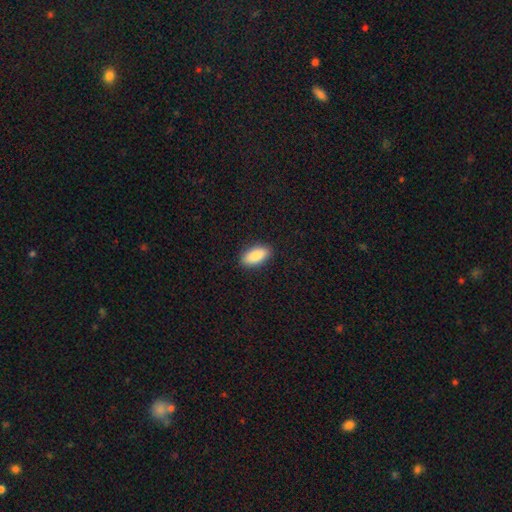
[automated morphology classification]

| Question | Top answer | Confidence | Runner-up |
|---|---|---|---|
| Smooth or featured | smooth | 89% | star or artifact (6%) |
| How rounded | in between | 88% | cigar-shaped (10%) |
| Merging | none | 90% | minor disturbance (8%) |